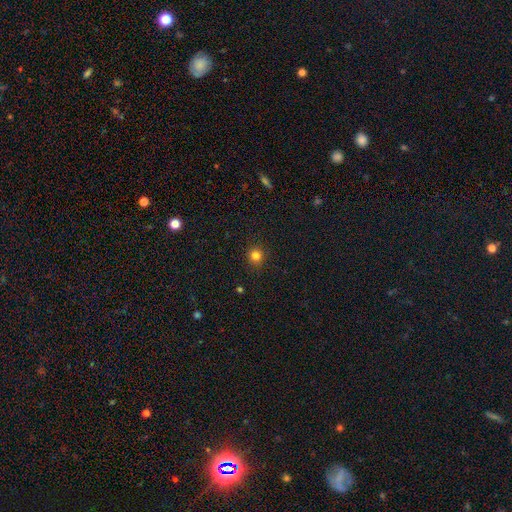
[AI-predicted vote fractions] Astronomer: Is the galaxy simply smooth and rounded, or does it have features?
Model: smooth — 82%.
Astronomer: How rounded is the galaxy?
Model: round — 91%.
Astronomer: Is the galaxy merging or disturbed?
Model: none — 90%.